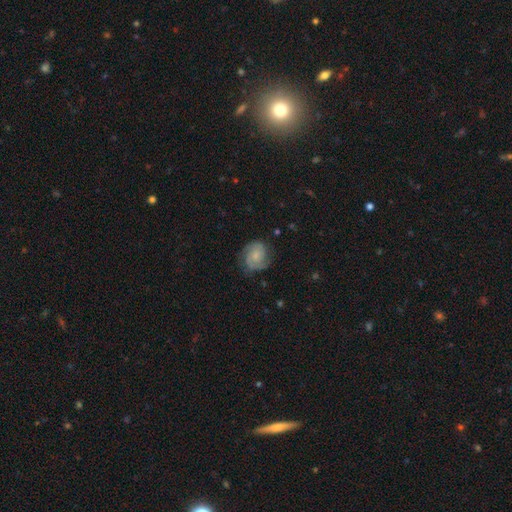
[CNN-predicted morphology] A featured or disk galaxy (64%) with no bar (64%), 2 (69%) tight (48%) spiral arms (93%) and a small central bulge (51%). Merging: none (70%).